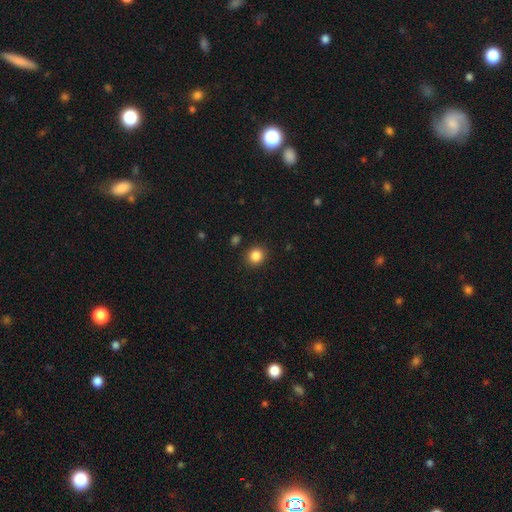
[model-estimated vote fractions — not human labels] A smooth galaxy with no disk features (86%) that is round (87%).

Vote fractions:
- Smooth or featured? smooth: 86% / star or artifact: 11% / featured or disk: 4%
- How rounded? round: 87% / in between: 13% / cigar-shaped: 1%
- Merging? none: 89% / minor disturbance: 7% / major disturbance: 2% / merger: 2%